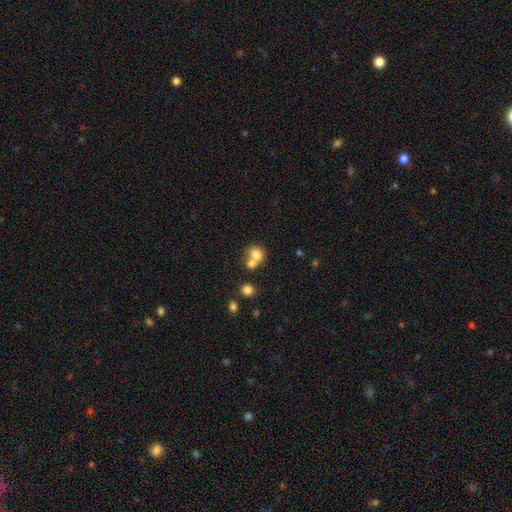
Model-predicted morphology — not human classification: A smooth galaxy with no disk features (75%) that is round (67%).

Vote fractions:
- Smooth or featured? smooth: 75% / featured or disk: 13% / star or artifact: 12%
- How rounded? round: 67% / in between: 32% / cigar-shaped: 1%
- Merging? merger: 55% / none: 34% / minor disturbance: 7% / major disturbance: 4%